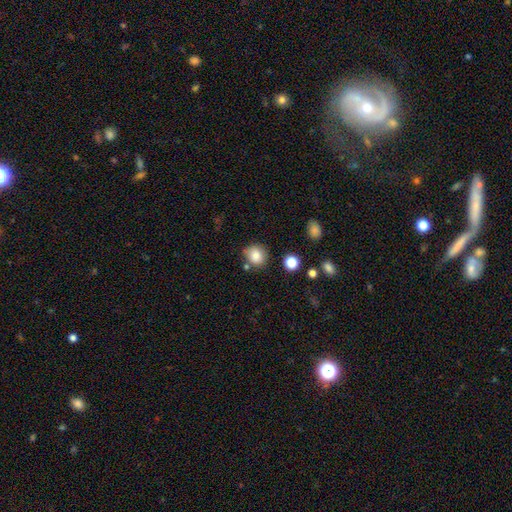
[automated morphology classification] Smooth or featured?
  - smooth: 83% *
  - star or artifact: 10%
  - featured or disk: 7%
How rounded?
  - round: 83% *
  - in between: 16%
  - cigar-shaped: 1%
Merging?
  - none: 74% *
  - minor disturbance: 15%
  - merger: 7%
  - major disturbance: 4%